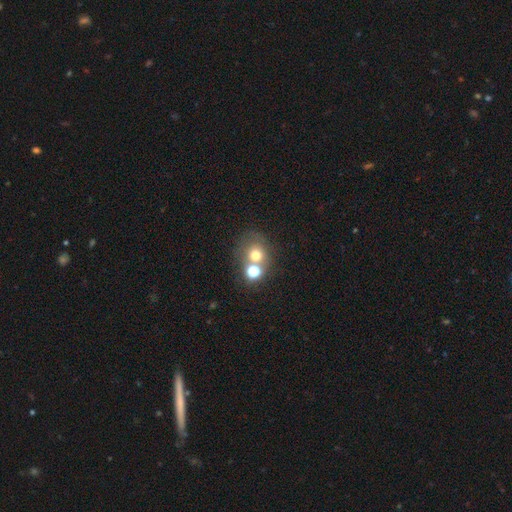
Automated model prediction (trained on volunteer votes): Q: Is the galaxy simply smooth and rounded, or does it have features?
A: smooth — 65%.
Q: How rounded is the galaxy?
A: round — 77%.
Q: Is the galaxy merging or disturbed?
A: none — 45%.